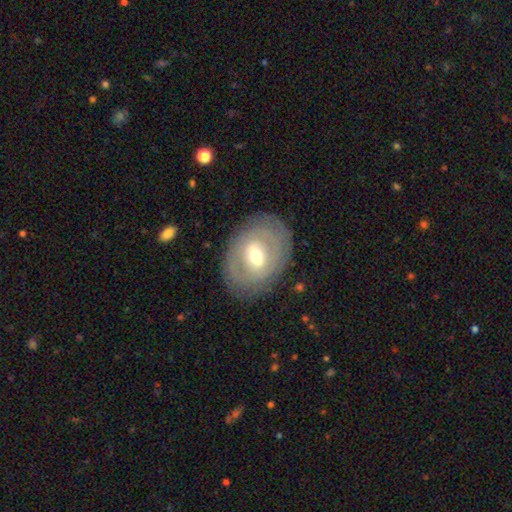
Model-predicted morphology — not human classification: Smooth or featured?
  - featured or disk: 65% *
  - smooth: 29%
  - star or artifact: 6%
Edge-on disk?
  - no: 93% *
  - yes: 7%
Bar?
  - weak: 48% *
  - strong: 28%
  - no: 23%
Spiral arms?
  - no: 54% *
  - yes: 46%
Bulge size?
  - moderate: 66% *
  - small: 24%
  - large: 8%
  - dominant: 1%
  - none: 1%
Merging?
  - none: 80% *
  - minor disturbance: 13%
  - major disturbance: 6%
  - merger: 1%